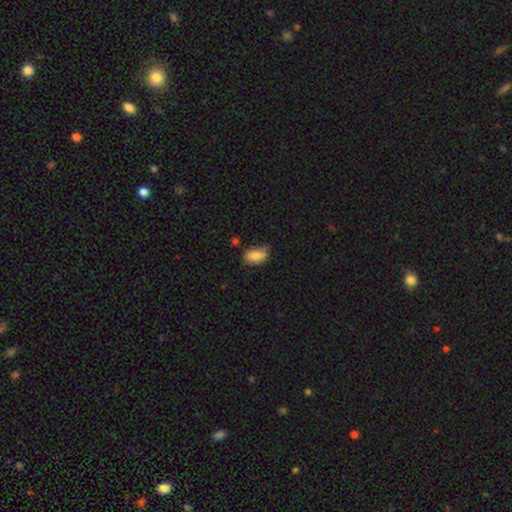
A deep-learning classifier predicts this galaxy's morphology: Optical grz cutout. It shows a smooth galaxy with no disk features (79%) that is in between round and cigar-shaped (89%). Merging: none (59%).